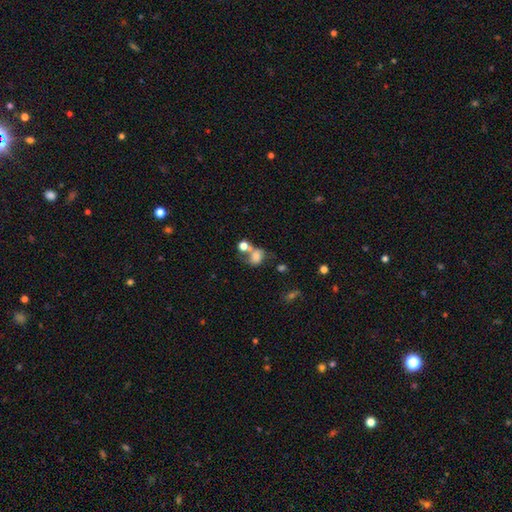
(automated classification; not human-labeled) A smooth galaxy with no disk features (68%) that is in between round and cigar-shaped (51%).

Vote fractions:
- Smooth or featured? smooth: 68% / featured or disk: 20% / star or artifact: 13%
- How rounded? in between: 51% / round: 48% / cigar-shaped: 1%
- Merging? merger: 47% / none: 25% / major disturbance: 14% / minor disturbance: 14%